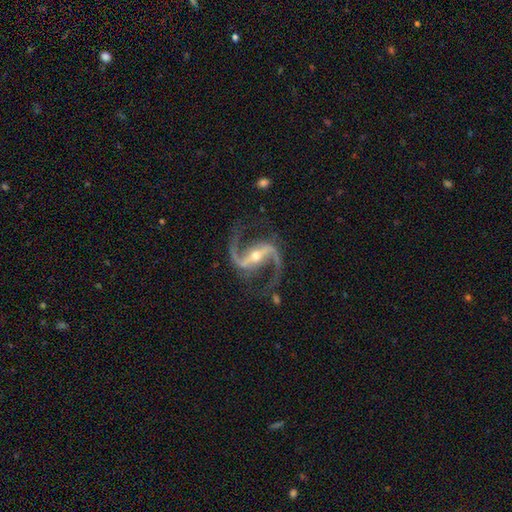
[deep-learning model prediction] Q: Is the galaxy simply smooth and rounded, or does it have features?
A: featured or disk — 94%.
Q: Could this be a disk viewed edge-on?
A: no — 97%.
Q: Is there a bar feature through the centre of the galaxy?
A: strong — 63%.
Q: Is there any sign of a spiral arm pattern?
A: yes — 98%.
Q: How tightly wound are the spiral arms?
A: medium — 49%.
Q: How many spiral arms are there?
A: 2 — 95%.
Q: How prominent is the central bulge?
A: small — 51%.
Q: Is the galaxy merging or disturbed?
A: none — 80%.